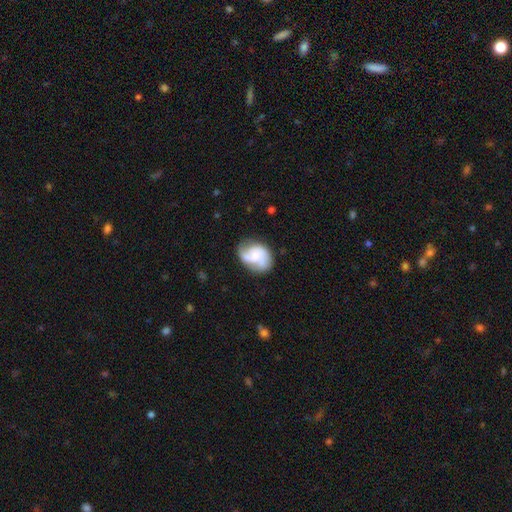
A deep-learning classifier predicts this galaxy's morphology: The model was most divided on "bulge size": small: 33%, none: 32%, moderate: 23%, large: 10%, dominant: 3%. Remaining: edge-on disk — no (98%); spiral arms — yes (89%); bar — no (65%); smooth or featured — featured or disk (64%); spiral arm count — 2 (63%); merging — none (58%); spiral winding — medium (46%).